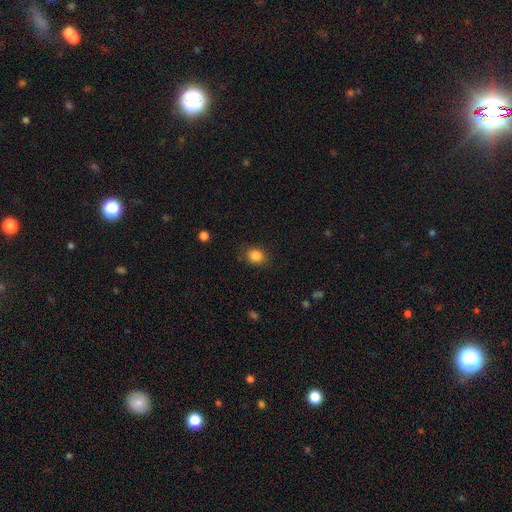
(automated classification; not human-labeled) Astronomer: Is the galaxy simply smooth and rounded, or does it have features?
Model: smooth — 86%.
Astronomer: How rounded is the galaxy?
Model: round — 59% (runner-up: in between, 40%).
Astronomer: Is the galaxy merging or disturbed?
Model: none — 82%.